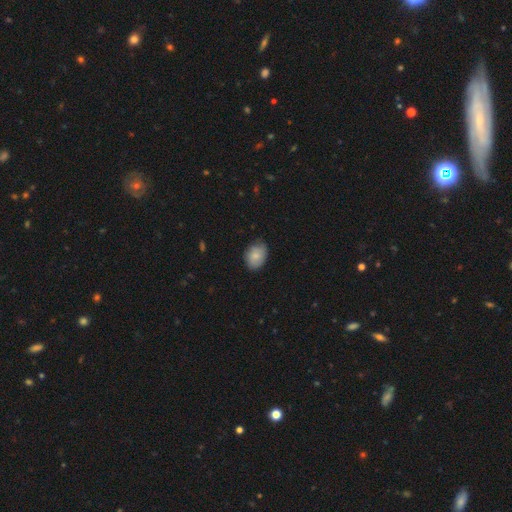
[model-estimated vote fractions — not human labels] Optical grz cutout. It shows a smooth galaxy with no disk features (81%) that is in between round and cigar-shaped (72%). Merging: none (73%).